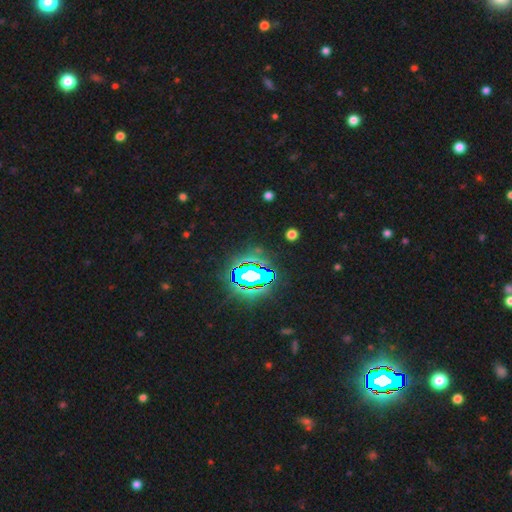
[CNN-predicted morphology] Smooth or featured?
  - star or artifact: 85% *
  - smooth: 9%
  - featured or disk: 6%